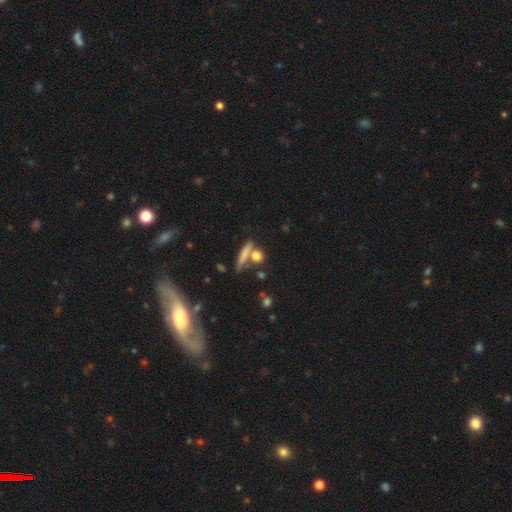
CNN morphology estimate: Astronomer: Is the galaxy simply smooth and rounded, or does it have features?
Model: smooth — 74%.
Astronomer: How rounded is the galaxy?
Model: round — 48% (runner-up: cigar-shaped, 31%).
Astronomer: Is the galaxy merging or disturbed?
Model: none — 61%.